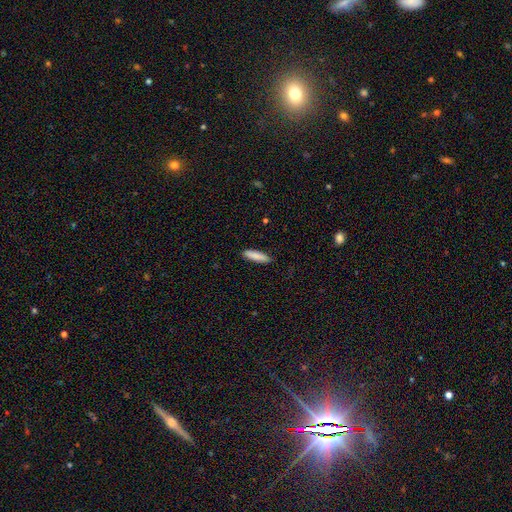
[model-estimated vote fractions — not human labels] smooth_or_featured: smooth (p=0.87) [alt: featured or disk p=0.07]
how_rounded: cigar-shaped (p=0.71) [alt: in between p=0.28]
merging: none (p=0.88) [alt: minor disturbance p=0.09]